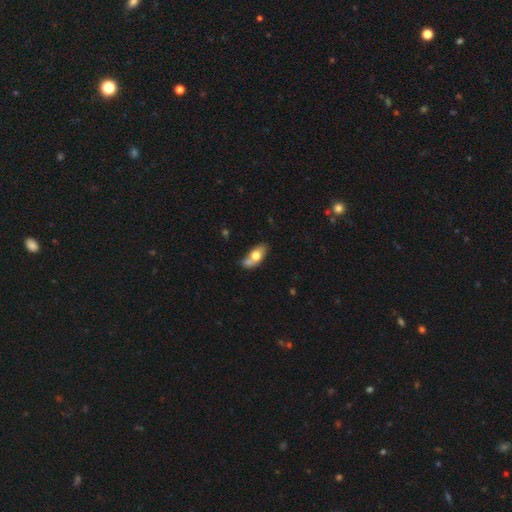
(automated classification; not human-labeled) Smooth or featured?
  - smooth: 67% *
  - featured or disk: 26%
  - star or artifact: 7%
How rounded?
  - in between: 84% *
  - cigar-shaped: 9%
  - round: 7%
Merging?
  - none: 44% *
  - merger: 29%
  - minor disturbance: 20%
  - major disturbance: 7%